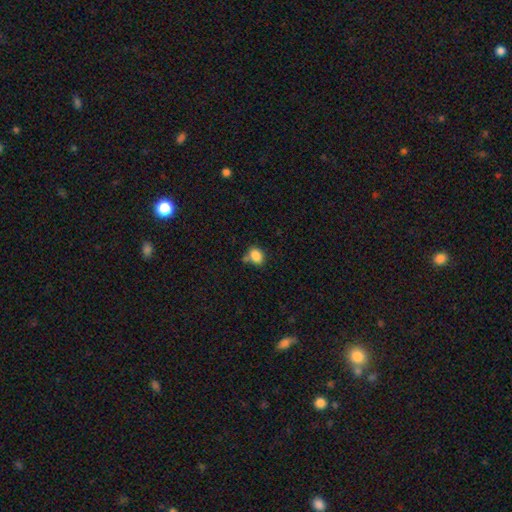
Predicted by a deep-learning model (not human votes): This is clearly a smooth galaxy (85%). How rounded: likely in between (61%). Merging: possibly none (59%).